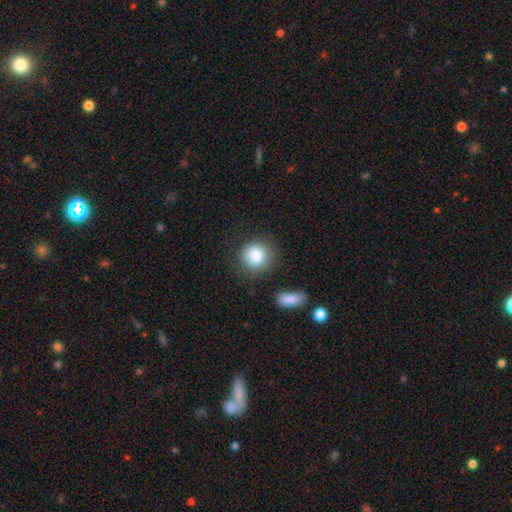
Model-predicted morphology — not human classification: smooth-or-featured: smooth: 85% | star or artifact: 8% | featured or disk: 7%
  how-rounded: round: 87% | in between: 12% | cigar-shaped: 1%
  merging: none: 81% | minor disturbance: 11% | merger: 5% | major disturbance: 4%